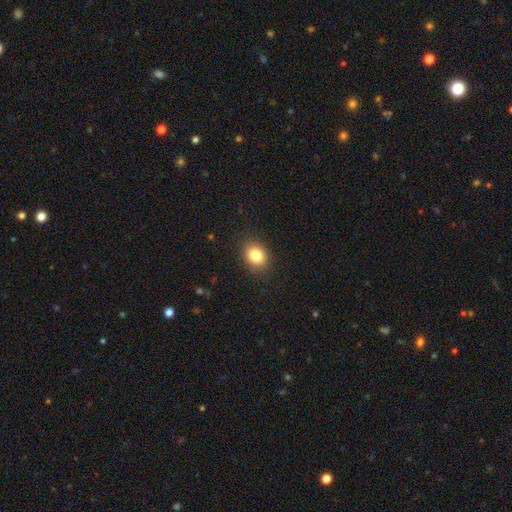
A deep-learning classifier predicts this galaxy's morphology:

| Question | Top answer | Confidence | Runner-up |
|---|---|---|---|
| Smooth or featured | smooth | 84% | star or artifact (10%) |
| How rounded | in between | 54% | round (45%) |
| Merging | none | 87% | minor disturbance (9%) |